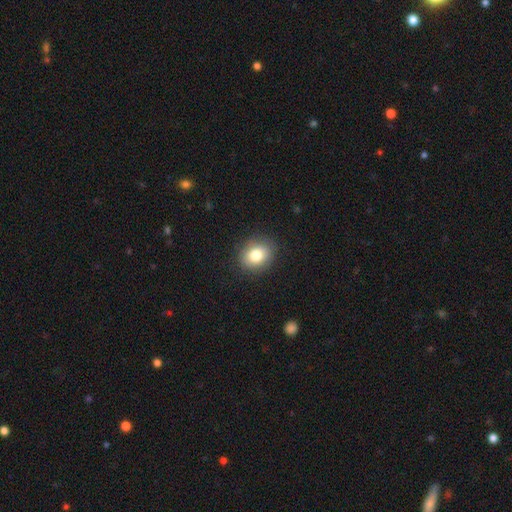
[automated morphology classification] smooth 81%, featured or disk 10%, star or artifact 10%. Down the decision tree: how rounded — round (58%); merging — none (87%).